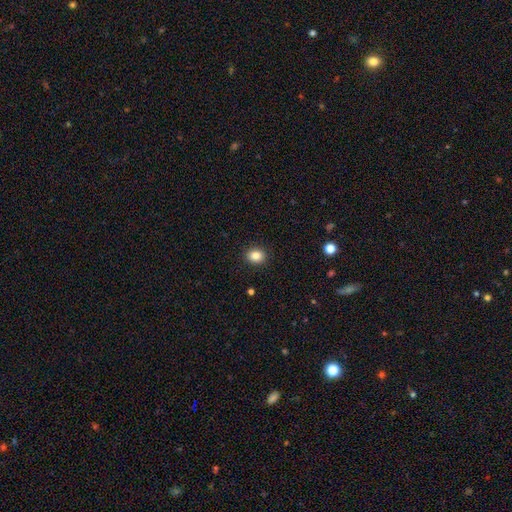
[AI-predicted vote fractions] Q: Smooth or featured?
A: smooth (85%); runner-up: star or artifact (10%)
Q: How rounded?
A: round (54%); runner-up: in between (45%)
Q: Merging?
A: none (91%); runner-up: minor disturbance (6%)